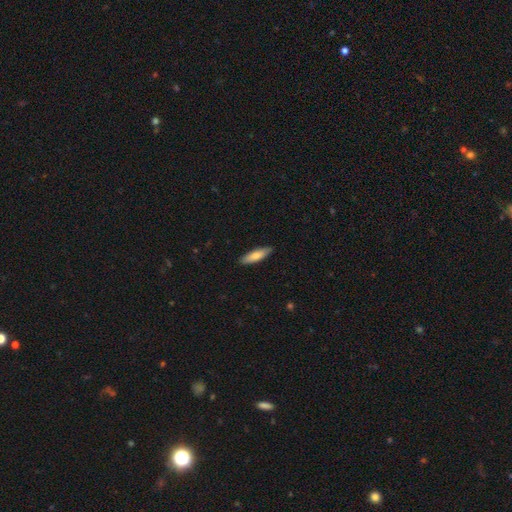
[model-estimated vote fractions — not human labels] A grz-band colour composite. It shows a smooth galaxy with no disk features (75%) that is cigar-shaped (61%). Merging: none (88%).